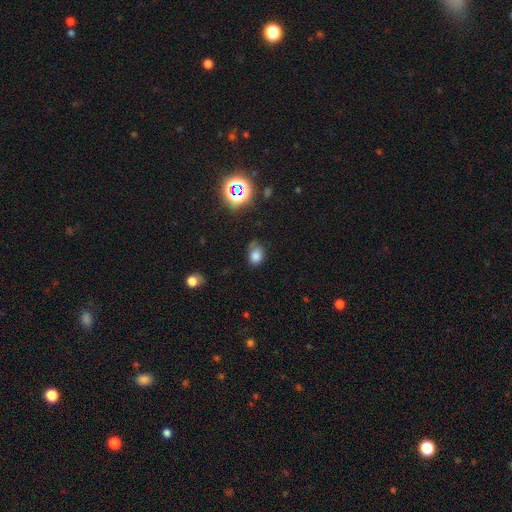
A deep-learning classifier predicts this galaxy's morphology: Smooth or featured? Predicted: smooth (p=0.76). How rounded? Predicted: in between (p=0.58). Merging? Predicted: none (p=0.57).